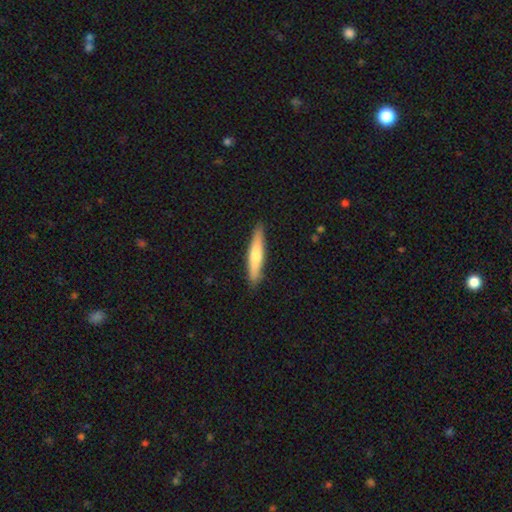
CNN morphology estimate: Overall: smooth (65%; featured or disk 30%). How rounded: cigar-shaped (90%). Merging: none (88%).